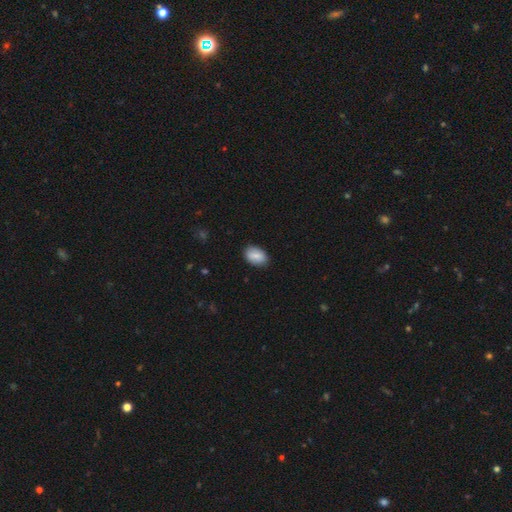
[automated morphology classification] Smooth or featured?
  - smooth: 81% *
  - featured or disk: 12%
  - star or artifact: 7%
How rounded?
  - in between: 88% *
  - round: 11%
  - cigar-shaped: 1%
Merging?
  - none: 86% *
  - minor disturbance: 11%
  - major disturbance: 2%
  - merger: 1%